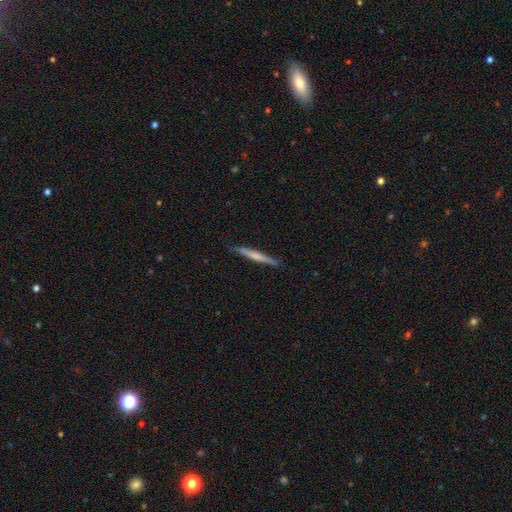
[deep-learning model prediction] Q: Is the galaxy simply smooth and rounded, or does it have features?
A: featured or disk — 50%.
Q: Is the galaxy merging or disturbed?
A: none — 88%.